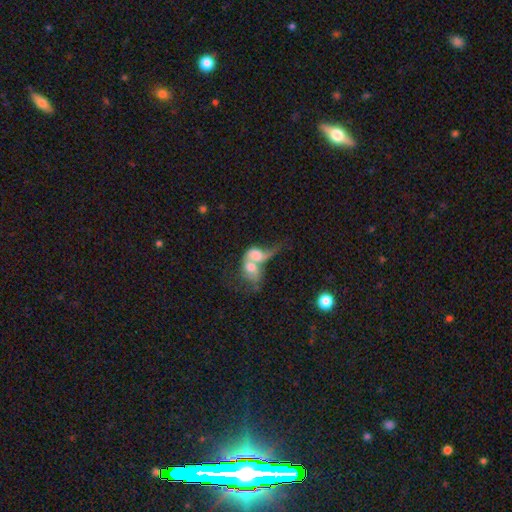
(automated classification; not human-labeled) smooth 49%, featured or disk 42%, star or artifact 9%. Down the decision tree: merging — merger (78%).